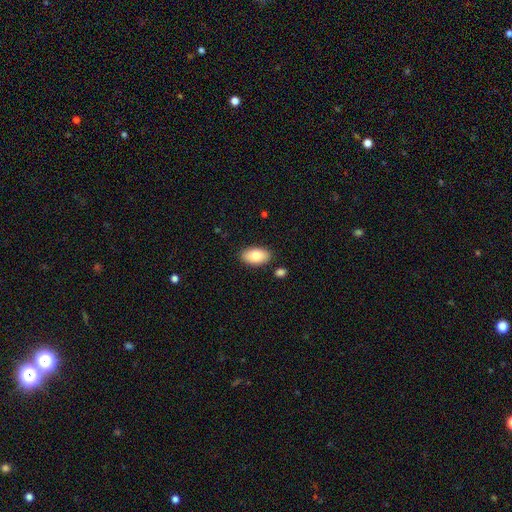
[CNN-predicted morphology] The model was most divided on "smooth or featured": smooth: 80%, featured or disk: 13%, star or artifact: 7%. More confident: how rounded — in between (93%); merging — none (86%).